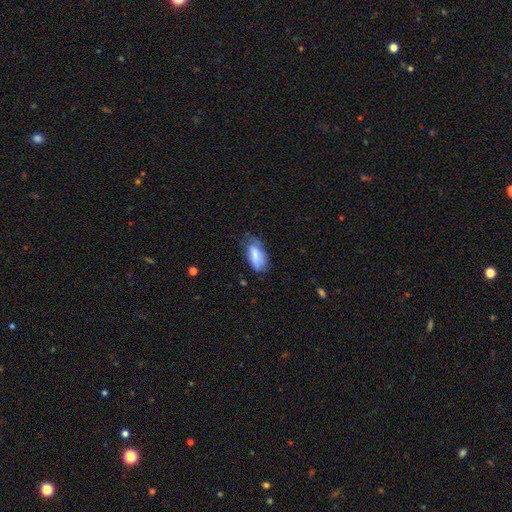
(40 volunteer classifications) Smooth or featured? 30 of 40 (75%) said smooth. How rounded? 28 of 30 (93%) said in between. Merging? 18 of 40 (45%) said none.